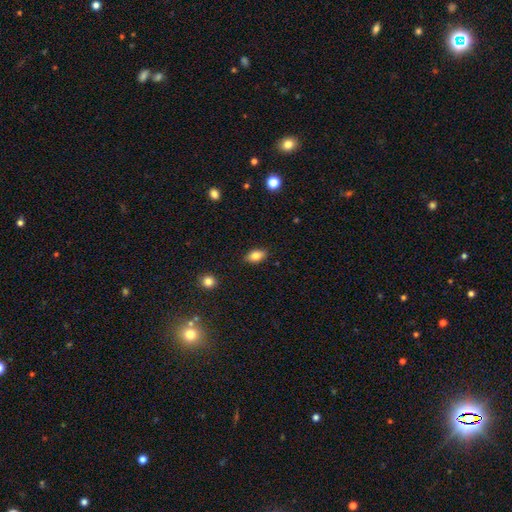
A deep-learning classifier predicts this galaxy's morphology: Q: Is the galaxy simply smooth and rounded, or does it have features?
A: smooth — 82%.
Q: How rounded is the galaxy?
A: in between — 88%.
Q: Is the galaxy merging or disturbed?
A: none — 87%.